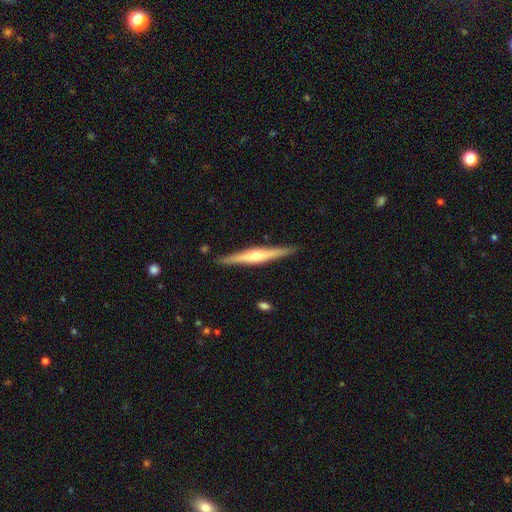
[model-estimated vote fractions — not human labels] smooth_or_featured: featured or disk (p=0.76) [alt: smooth p=0.19]
disk_edge_on: yes (p=0.98) [alt: no p=0.02]
edge_on_bulge: rounded (p=0.88) [alt: none p=0.06]
merging: none (p=0.90) [alt: minor disturbance p=0.07]